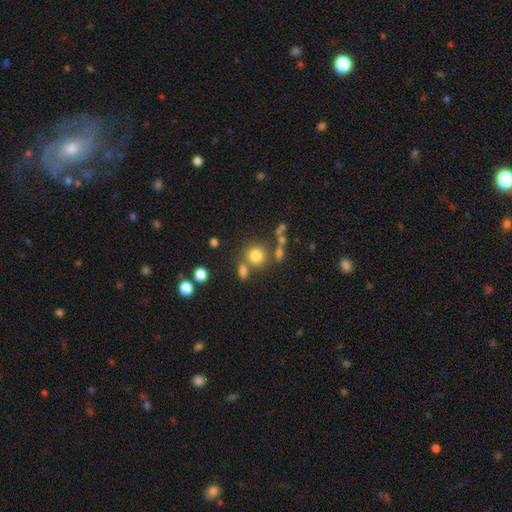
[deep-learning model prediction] Smooth or featured? Predicted: smooth (p=0.78). How rounded? Predicted: round (p=0.85). Merging? Predicted: none (p=0.63).